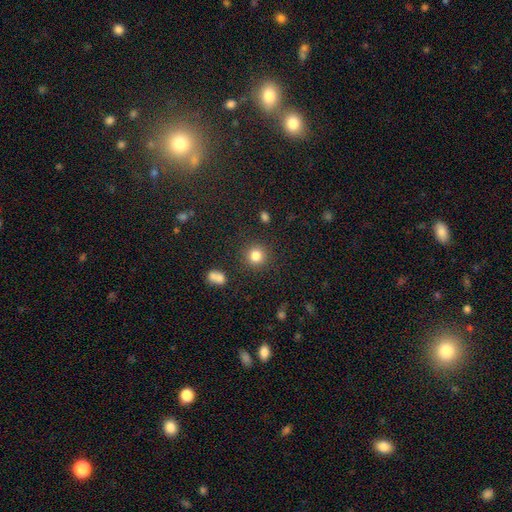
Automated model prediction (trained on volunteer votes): smooth 82%, star or artifact 12%, featured or disk 6%. Down the decision tree: how rounded — round (91%); merging — none (87%).